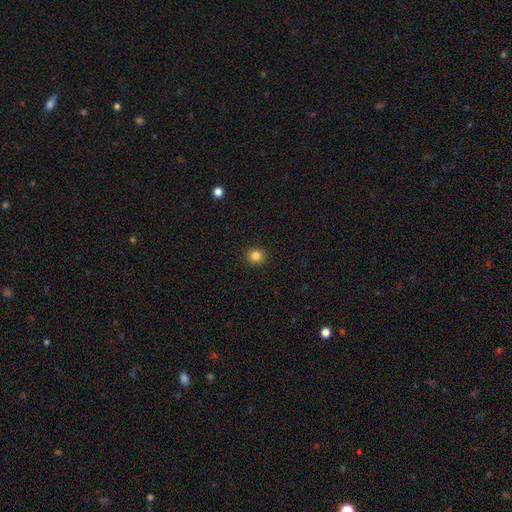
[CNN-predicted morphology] smooth 84%, star or artifact 12%, featured or disk 4%. Down the decision tree: how rounded — round (89%); merging — none (93%).